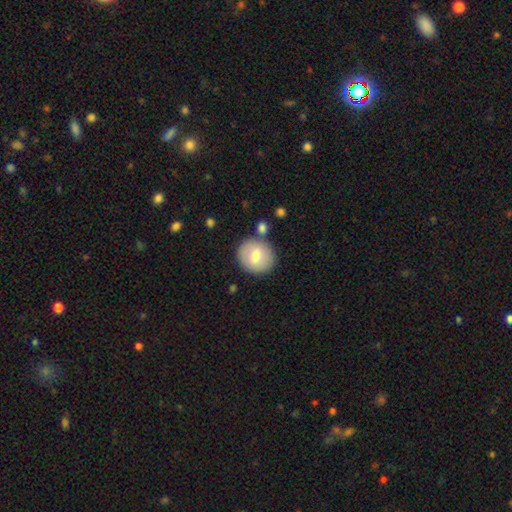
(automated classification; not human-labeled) This is likely a smooth galaxy (73%). How rounded: clearly round (85%). Merging: likely none (79%).